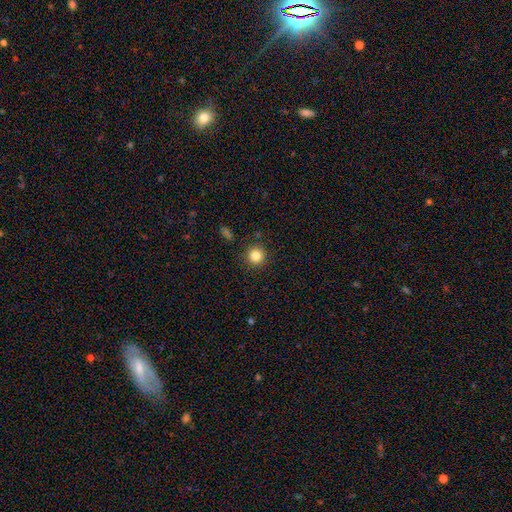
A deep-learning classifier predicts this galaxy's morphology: This is clearly a smooth galaxy (84%). How rounded: clearly round (94%). Merging: clearly none (90%).